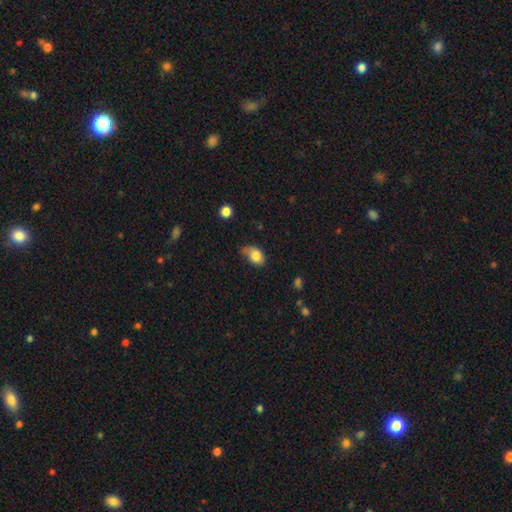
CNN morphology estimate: A smooth galaxy with no disk features (81%) that is in between round and cigar-shaped (78%).

Vote fractions:
- Smooth or featured? smooth: 81% / featured or disk: 11% / star or artifact: 8%
- How rounded? in between: 78% / round: 20% / cigar-shaped: 1%
- Merging? none: 48% / minor disturbance: 35% / major disturbance: 10% / merger: 6%